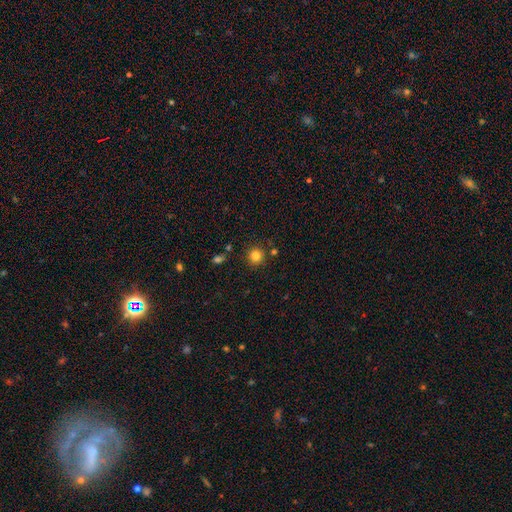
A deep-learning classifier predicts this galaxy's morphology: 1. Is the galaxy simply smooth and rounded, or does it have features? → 82% smooth, 12% star or artifact, 5% featured or disk.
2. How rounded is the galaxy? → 94% round, 5% in between, 1% cigar-shaped.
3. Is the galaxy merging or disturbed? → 87% none, 7% minor disturbance, 4% merger, 2% major disturbance.